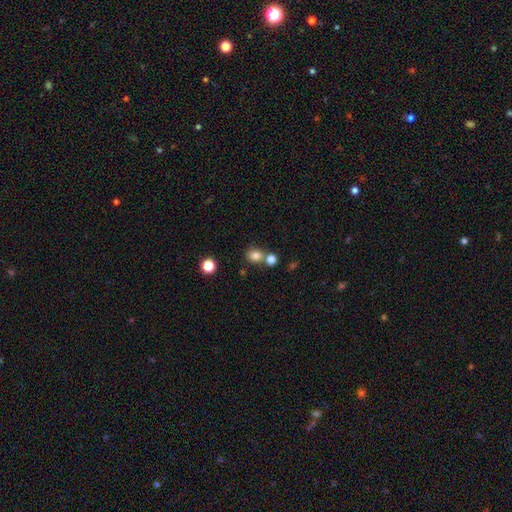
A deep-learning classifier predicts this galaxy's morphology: smooth 79%, star or artifact 13%, featured or disk 7%. Down the decision tree: how rounded — round (69%); merging — none (61%).